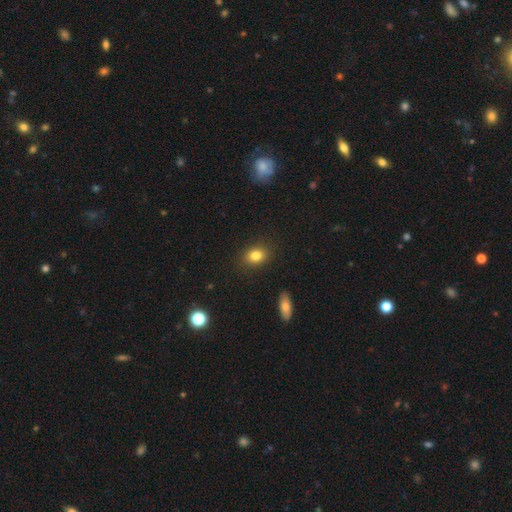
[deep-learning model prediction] Smooth or featured: smooth — 82% (star or artifact — 10%)
How rounded: in between — 66% (round — 32%)
Merging: none — 87% (minor disturbance — 9%)